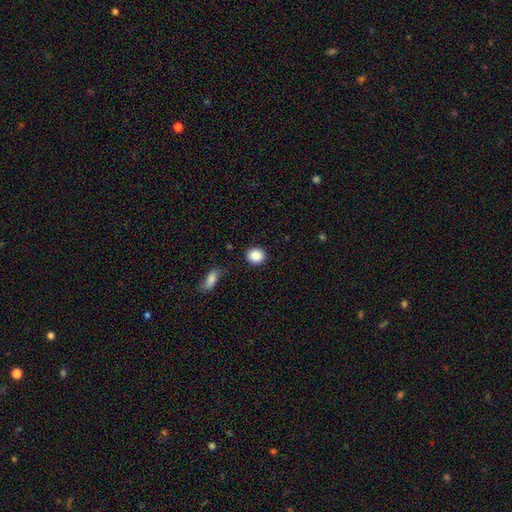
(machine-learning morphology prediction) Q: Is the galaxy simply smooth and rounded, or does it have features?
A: smooth — 88%.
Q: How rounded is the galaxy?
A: round — 75%.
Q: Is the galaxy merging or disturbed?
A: none — 87%.